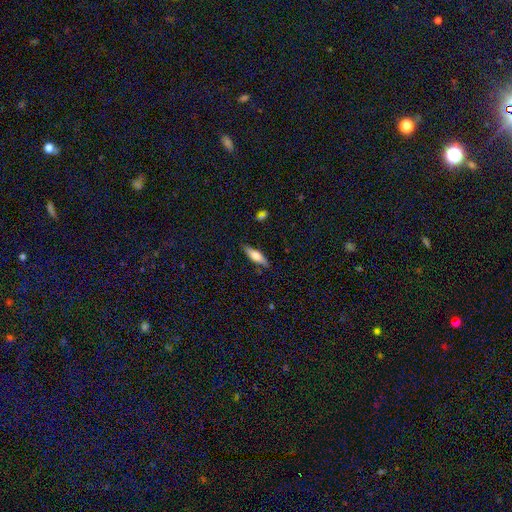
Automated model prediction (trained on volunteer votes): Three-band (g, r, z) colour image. It shows a smooth galaxy with no disk features (58%) that is cigar-shaped (60%). Merging: none (84%).